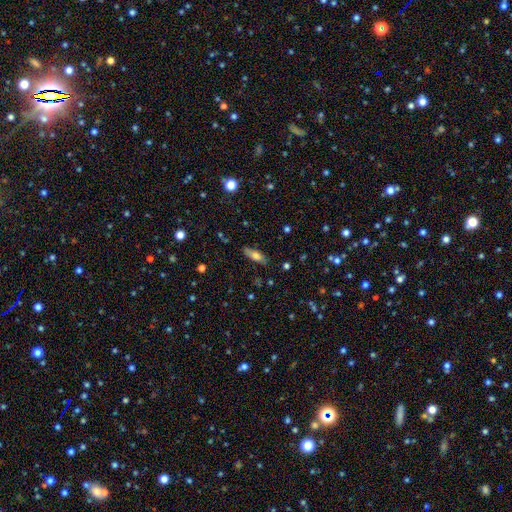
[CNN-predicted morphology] A smooth galaxy with no disk features (70%) that is in between round and cigar-shaped (67%).

Vote fractions:
- Smooth or featured? smooth: 70% / featured or disk: 22% / star or artifact: 8%
- How rounded? in between: 67% / cigar-shaped: 30% / round: 3%
- Merging? none: 81% / minor disturbance: 14% / major disturbance: 3% / merger: 1%